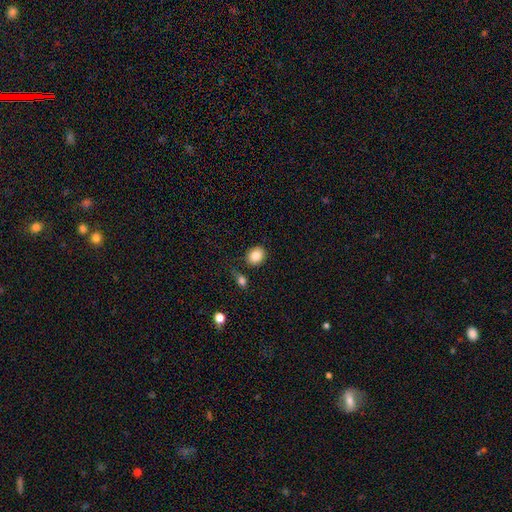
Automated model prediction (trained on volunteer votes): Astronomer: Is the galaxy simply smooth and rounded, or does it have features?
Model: smooth — 85%.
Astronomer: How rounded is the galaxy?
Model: round — 63%.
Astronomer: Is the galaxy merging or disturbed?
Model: none — 80%.